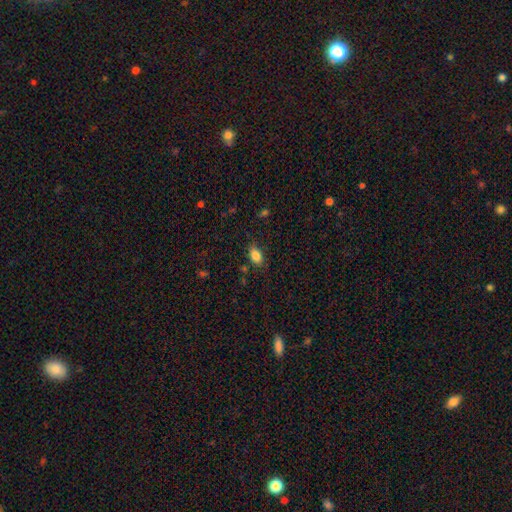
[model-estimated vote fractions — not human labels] This is clearly a smooth galaxy (85%). How rounded: clearly in between (89%). Merging: likely none (80%).